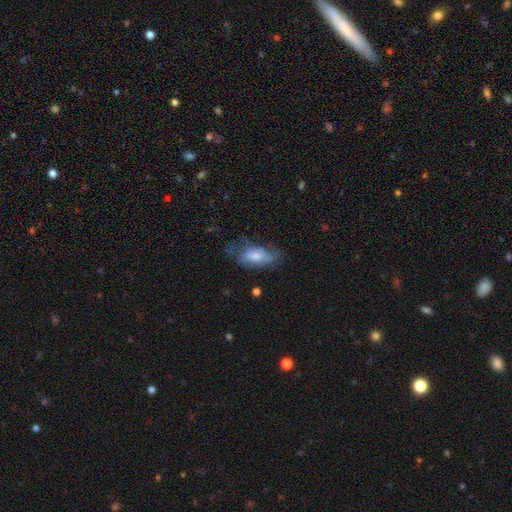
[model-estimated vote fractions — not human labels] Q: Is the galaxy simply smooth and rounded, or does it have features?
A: smooth — 55%.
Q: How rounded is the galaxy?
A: in between — 88%.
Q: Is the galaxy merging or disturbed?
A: none — 43%.